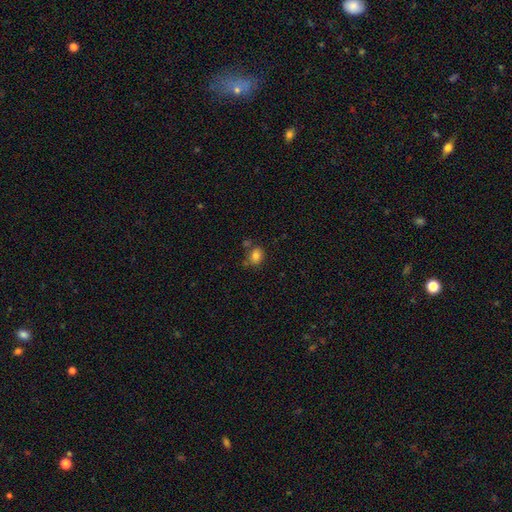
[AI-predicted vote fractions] smooth 82%, star or artifact 11%, featured or disk 8%. Down the decision tree: how rounded — in between (57%); merging — none (65%).